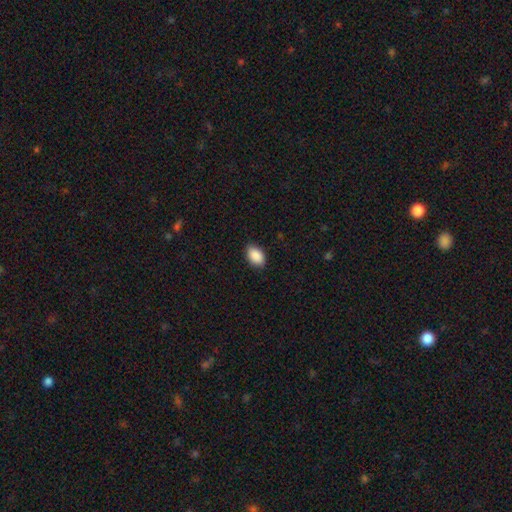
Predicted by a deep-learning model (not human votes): This appears to be a smooth galaxy with no disk features (90%) that is in between round and cigar-shaped (90%). Merging: none (87%).